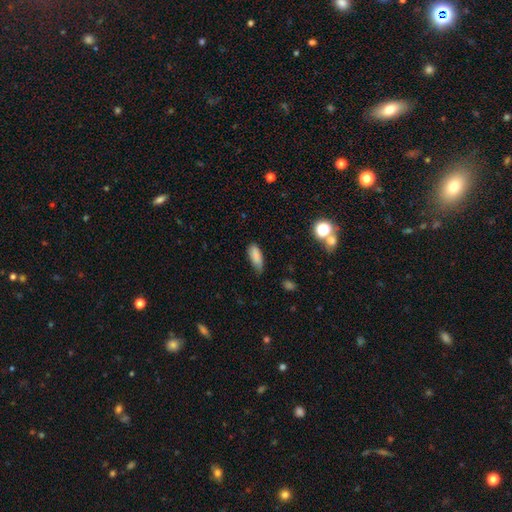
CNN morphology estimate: Smooth or featured? smooth (85%)
How rounded? in between (75%)
Merging? none (59%)